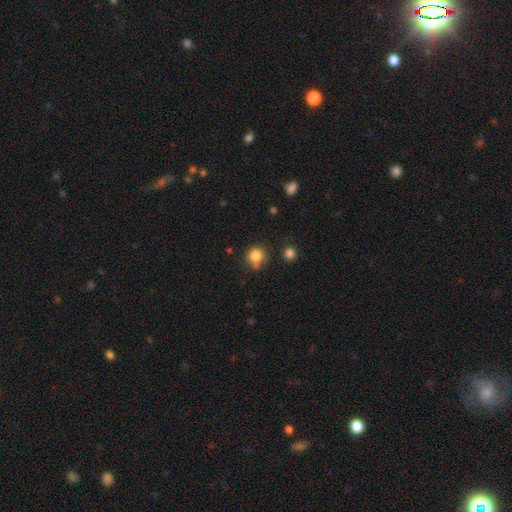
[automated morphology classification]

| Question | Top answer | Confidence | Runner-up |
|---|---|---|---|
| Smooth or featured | smooth | 83% | star or artifact (12%) |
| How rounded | round | 89% | in between (10%) |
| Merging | none | 69% | minor disturbance (17%) |